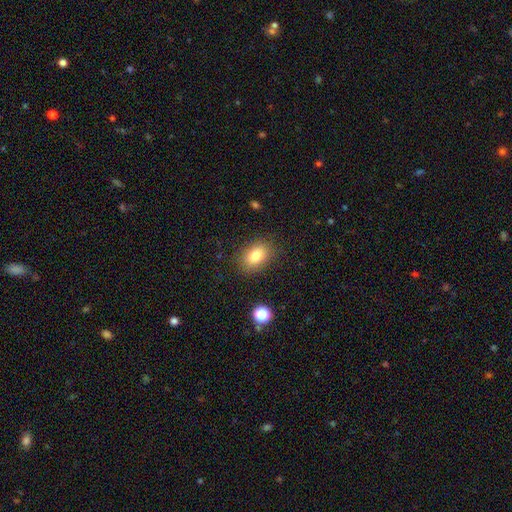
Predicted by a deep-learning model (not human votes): This appears to be a smooth galaxy with no disk features (81%) that is in between round and cigar-shaped (79%). Merging: none (84%).